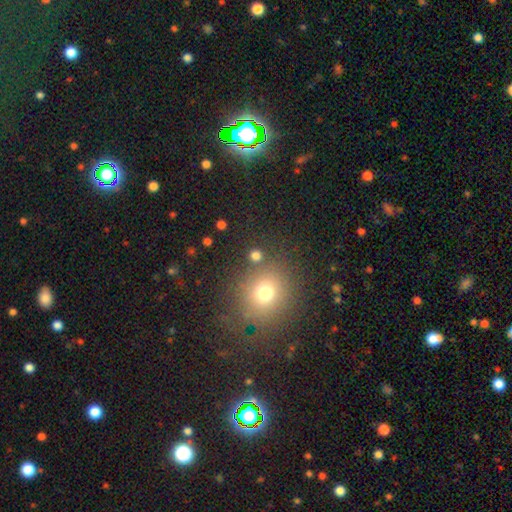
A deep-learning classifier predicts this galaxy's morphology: Smooth or featured? Predicted: smooth (p=0.73). How rounded? Predicted: round (p=0.87). Merging? Predicted: none (p=0.80).